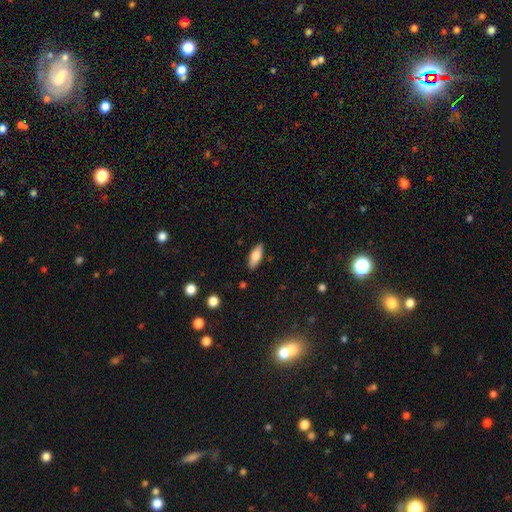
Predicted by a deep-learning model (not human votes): Smooth or featured? Predicted: smooth (p=0.74). How rounded? Predicted: in between (p=0.73). Merging? Predicted: none (p=0.87).